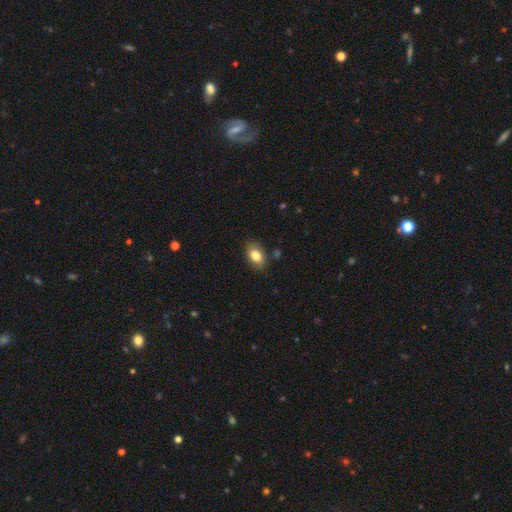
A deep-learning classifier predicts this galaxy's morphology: smooth-or-featured: smooth: 82% | featured or disk: 10% | star or artifact: 8%
  how-rounded: in between: 88% | round: 11% | cigar-shaped: 2%
  merging: none: 84% | minor disturbance: 12% | major disturbance: 3% | merger: 2%